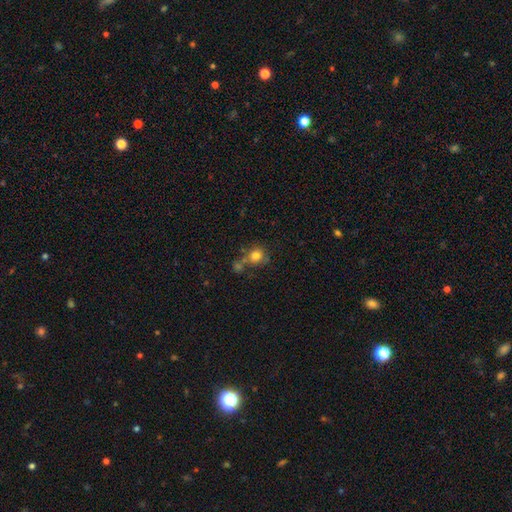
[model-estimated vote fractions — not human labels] Smooth or featured?
  - smooth: 79% *
  - star or artifact: 12%
  - featured or disk: 10%
How rounded?
  - round: 83% *
  - in between: 16%
  - cigar-shaped: 1%
Merging?
  - none: 54% *
  - merger: 27%
  - minor disturbance: 14%
  - major disturbance: 6%